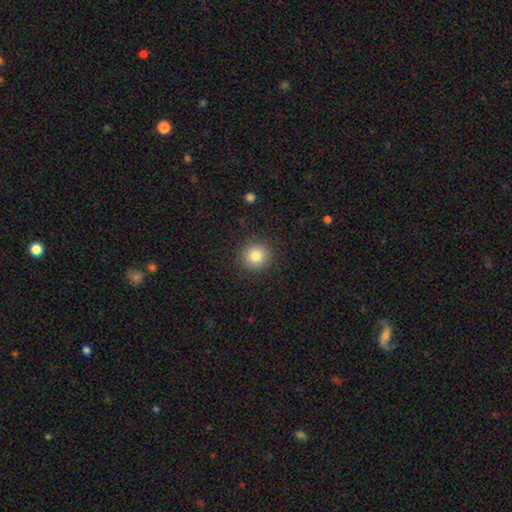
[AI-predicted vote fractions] Smooth or featured?
  - smooth: 82% *
  - star or artifact: 11%
  - featured or disk: 7%
How rounded?
  - round: 93% *
  - in between: 6%
  - cigar-shaped: 1%
Merging?
  - none: 91% *
  - minor disturbance: 6%
  - major disturbance: 2%
  - merger: 1%